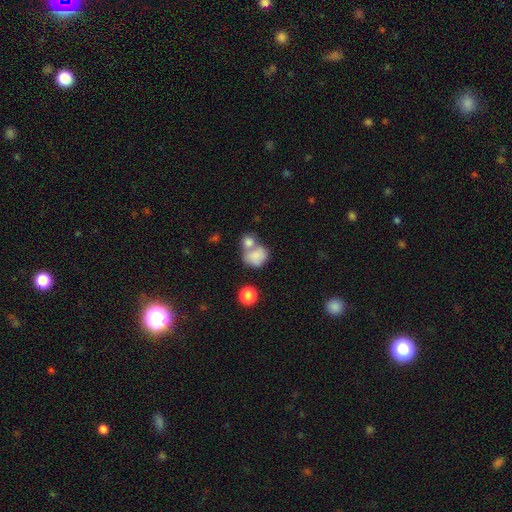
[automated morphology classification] type=smooth (78%); roundness=round (56%); merging=merger (55%).